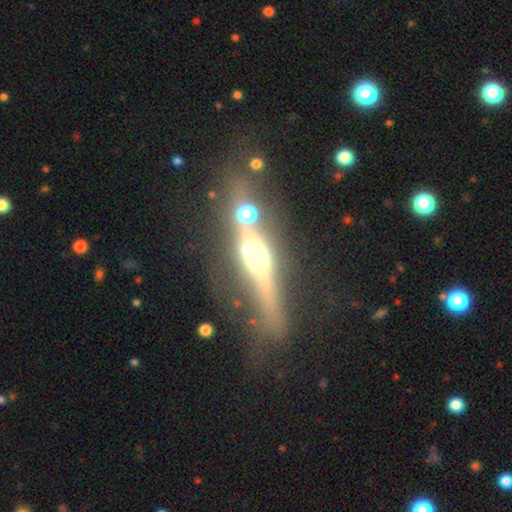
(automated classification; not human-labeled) Smooth or featured? Predicted: featured or disk (p=0.60). Edge-on disk? Predicted: yes (p=0.83). Edge-on bulge? Predicted: rounded (p=0.87). Merging? Predicted: none (p=0.49).